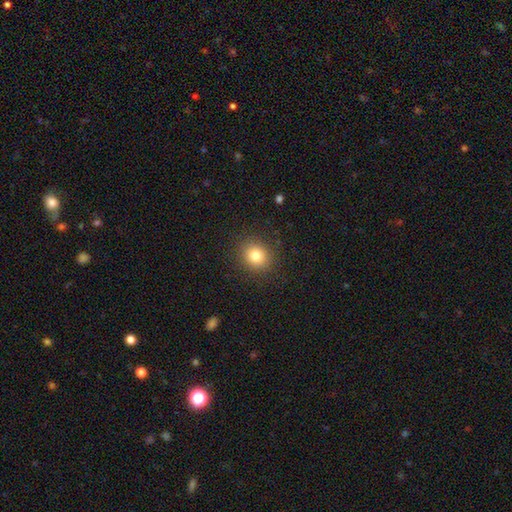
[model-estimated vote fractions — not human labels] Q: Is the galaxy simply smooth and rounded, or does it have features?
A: smooth — 81%.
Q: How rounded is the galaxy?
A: round — 78%.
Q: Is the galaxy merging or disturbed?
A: none — 89%.